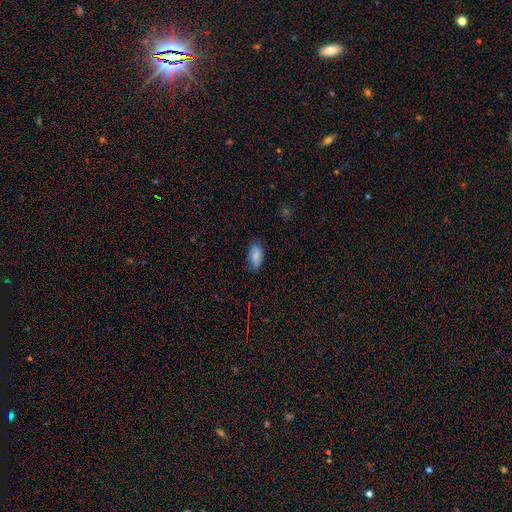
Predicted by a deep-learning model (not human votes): Smooth or featured: smooth — 82% (featured or disk — 10%)
How rounded: in between — 93% (cigar-shaped — 4%)
Merging: none — 79% (minor disturbance — 17%)